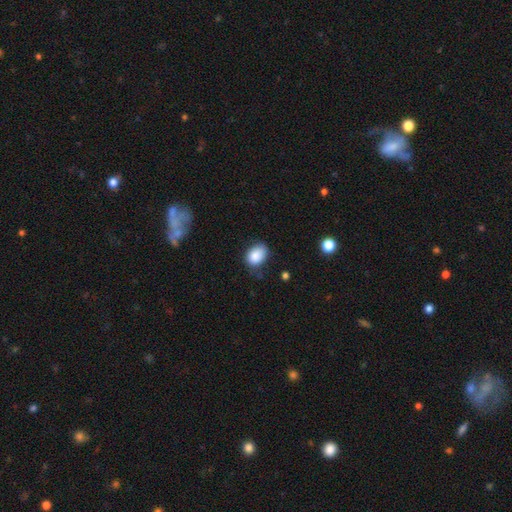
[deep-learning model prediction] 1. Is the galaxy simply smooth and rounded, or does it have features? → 86% smooth, 8% star or artifact, 6% featured or disk.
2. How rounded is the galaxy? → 73% in between, 26% round, 1% cigar-shaped.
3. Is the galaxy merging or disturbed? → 64% none, 28% minor disturbance, 6% major disturbance, 2% merger.